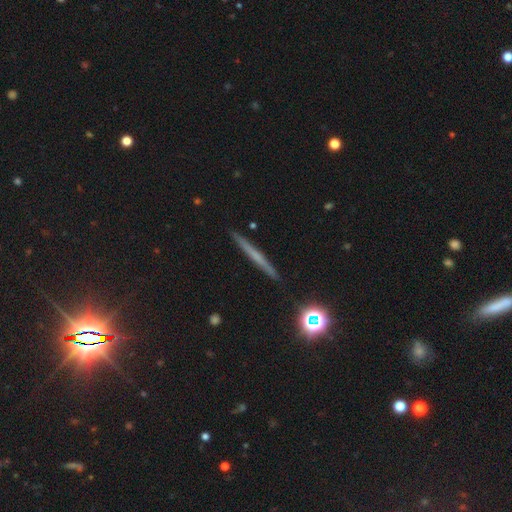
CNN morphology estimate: smooth-or-featured: featured or disk: 50% | smooth: 38% | star or artifact: 12%
  merging: none: 92% | minor disturbance: 6% | major disturbance: 1% | merger: 1%